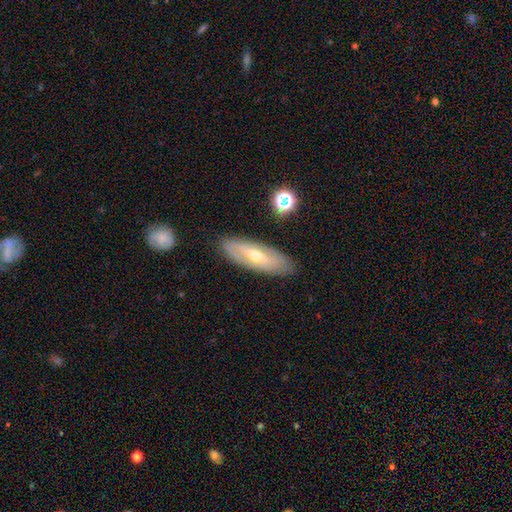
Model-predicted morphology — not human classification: A featured or disk galaxy (62%).

Vote fractions:
- Smooth or featured? featured or disk: 62% / smooth: 31% / star or artifact: 7%
- Edge-on disk? no: 73% / yes: 27%
- Merging? none: 84% / minor disturbance: 11% / major disturbance: 3% / merger: 2%